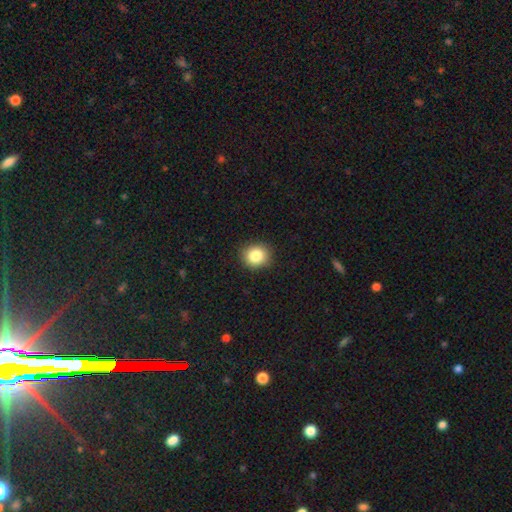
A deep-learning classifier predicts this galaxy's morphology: smooth 85%, star or artifact 10%, featured or disk 5%. Down the decision tree: how rounded — round (81%); merging — none (90%).